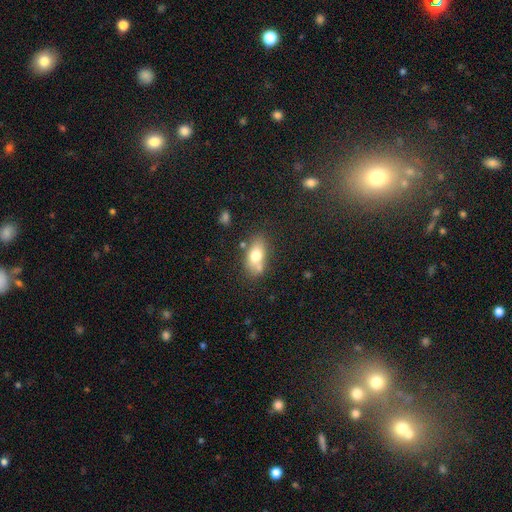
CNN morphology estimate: Smooth or featured? Predicted: smooth (p=0.71). How rounded? Predicted: in between (p=0.85). Merging? Predicted: none (p=0.61).